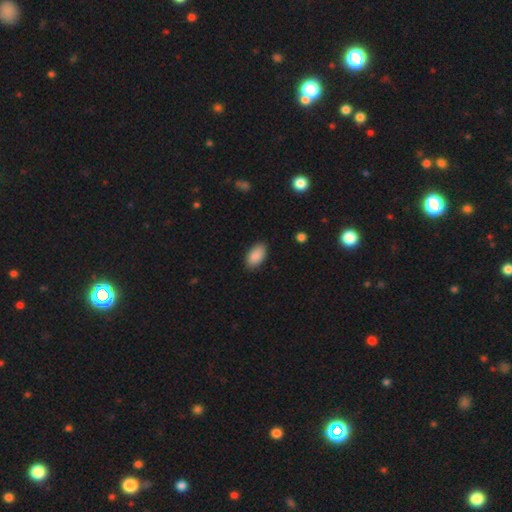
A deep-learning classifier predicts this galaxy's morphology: smooth-or-featured: smooth: 89% | star or artifact: 7% | featured or disk: 4%
  how-rounded: in between: 95% | round: 3% | cigar-shaped: 2%
  merging: none: 86% | minor disturbance: 11% | major disturbance: 2% | merger: 1%